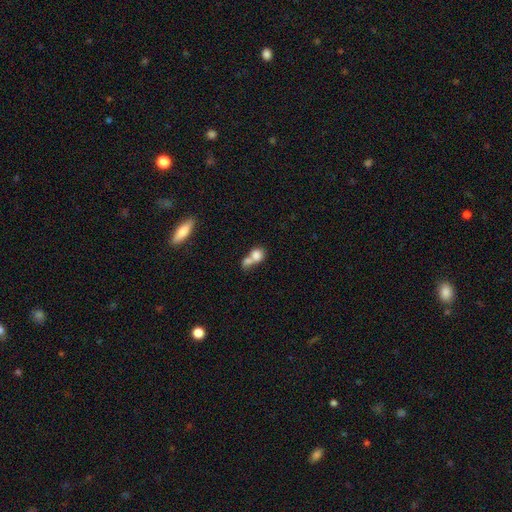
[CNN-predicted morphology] Smooth or featured? smooth (77%)
How rounded? round (55%)
Merging? merger (70%)